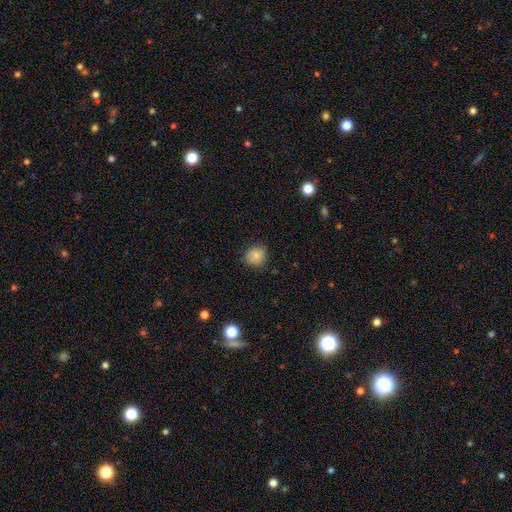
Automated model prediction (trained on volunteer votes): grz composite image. It shows a smooth galaxy with no disk features (83%) that is round (67%). Merging: none (75%).